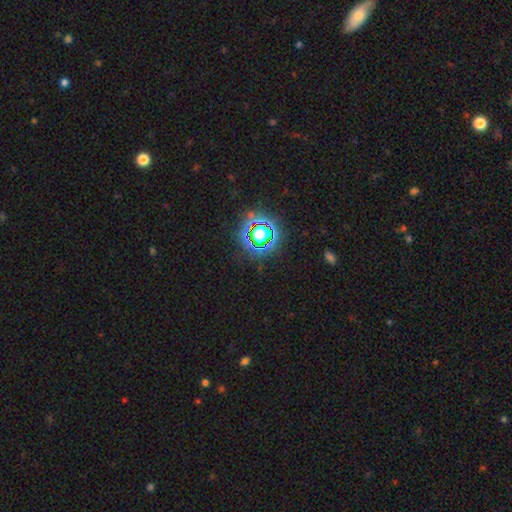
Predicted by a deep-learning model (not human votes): Smooth or featured? star or artifact (80%)